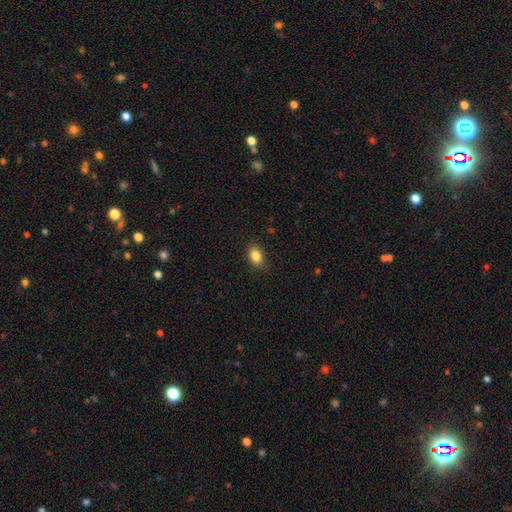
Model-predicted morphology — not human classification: This appears to be a smooth galaxy with no disk features (86%) that is in between round and cigar-shaped (81%). Merging: none (83%).